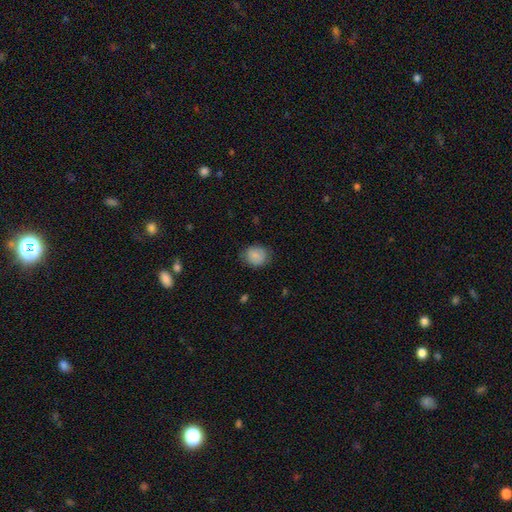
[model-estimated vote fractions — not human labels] Morphology: type=smooth (85%); roundness=round (74%); merging=none (77%).